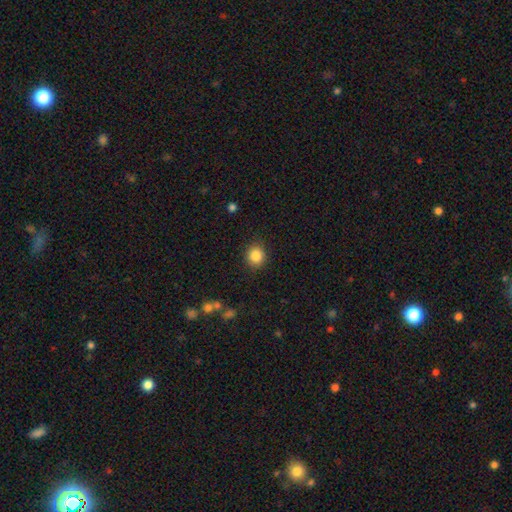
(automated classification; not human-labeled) This appears to be a smooth galaxy with no disk features (85%) that is round (86%). Merging: none (89%).